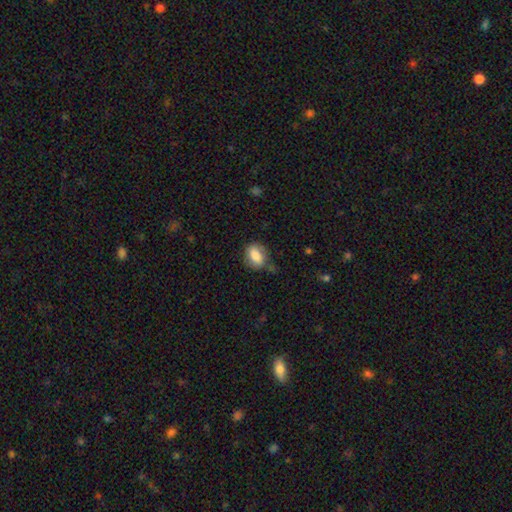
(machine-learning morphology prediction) This appears to be a smooth galaxy with no disk features (75%) that is in between round and cigar-shaped (69%). Merging: none (61%).